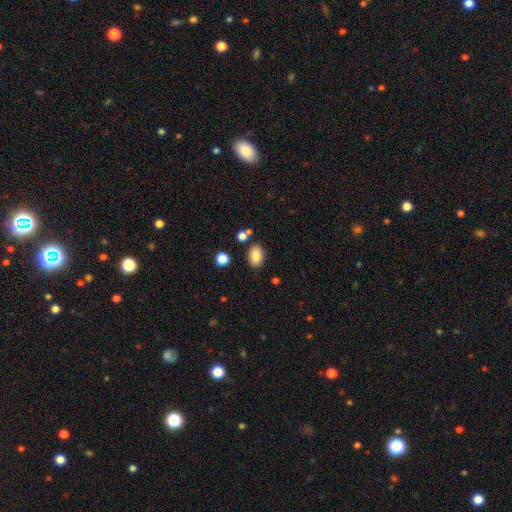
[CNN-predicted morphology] Smooth or featured?
  - smooth: 85% *
  - star or artifact: 9%
  - featured or disk: 6%
How rounded?
  - in between: 83% *
  - round: 16%
  - cigar-shaped: 1%
Merging?
  - none: 80% *
  - minor disturbance: 11%
  - merger: 6%
  - major disturbance: 3%